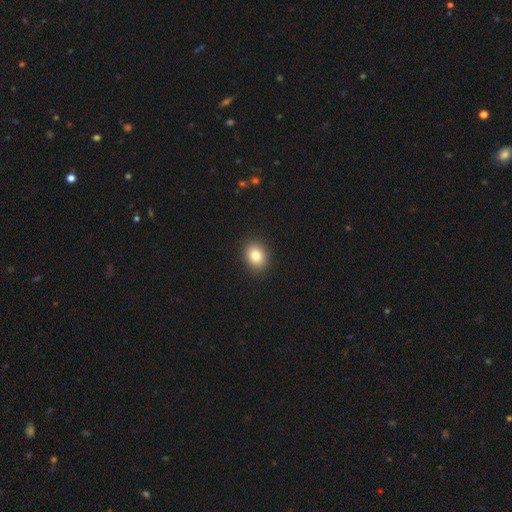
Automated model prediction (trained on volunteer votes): Smooth or featured? Predicted: smooth (p=0.83). How rounded? Predicted: round (p=0.54). Merging? Predicted: none (p=0.90).